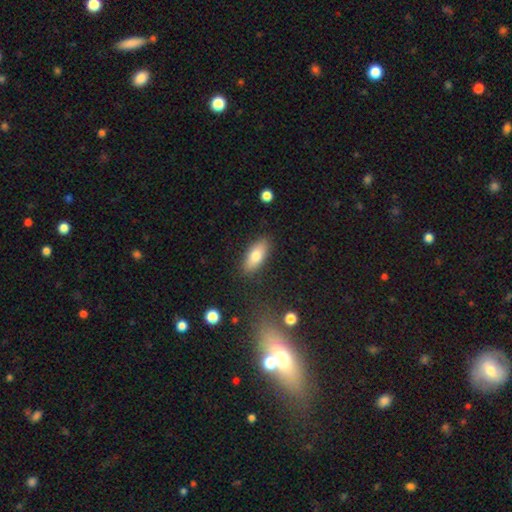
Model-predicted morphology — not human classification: Overall: smooth (78%). How rounded: in between (78%). Merging: none (86%).